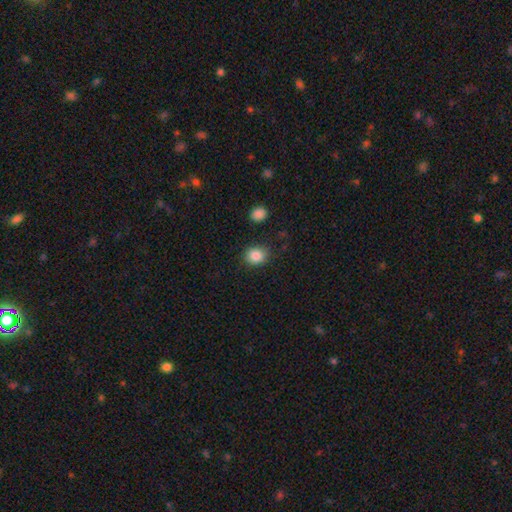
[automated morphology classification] Q: Smooth or featured?
A: smooth (85%); runner-up: star or artifact (9%)
Q: How rounded?
A: round (67%); runner-up: in between (32%)
Q: Merging?
A: none (84%); runner-up: minor disturbance (10%)